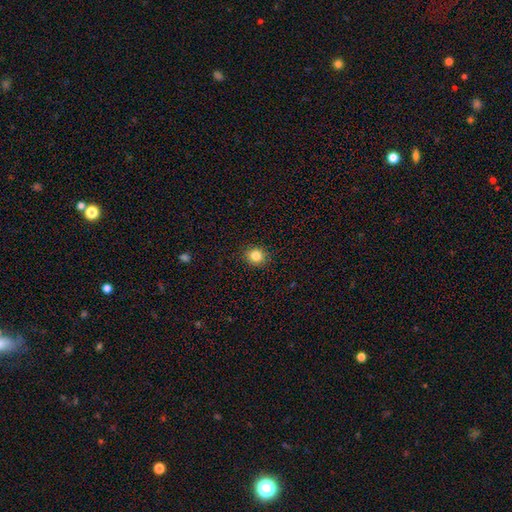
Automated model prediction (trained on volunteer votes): Smooth or featured? smooth (84%)
How rounded? round (82%)
Merging? none (91%)